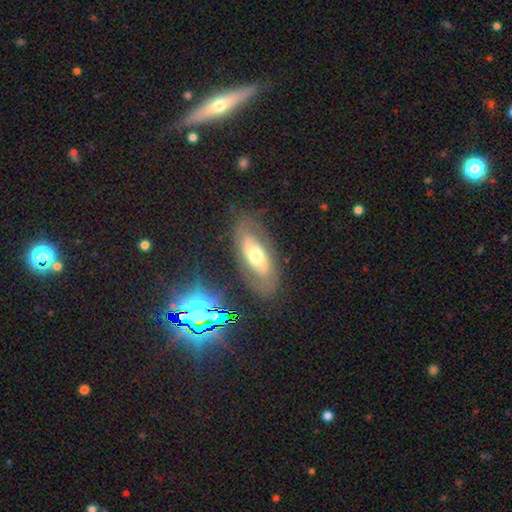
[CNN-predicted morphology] Smooth or featured? Predicted: featured or disk (p=0.57). Edge-on disk? Predicted: no (p=0.83). Merging? Predicted: none (p=0.77).